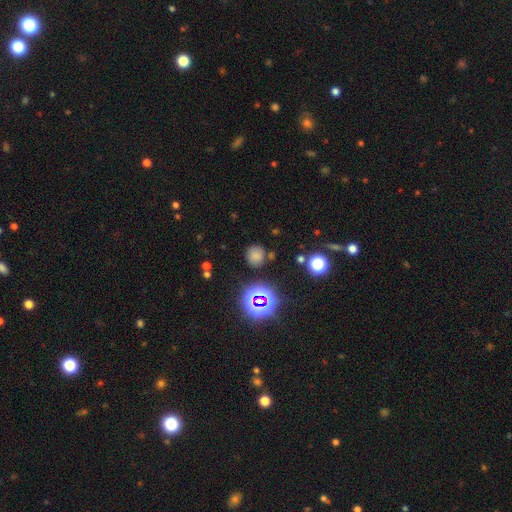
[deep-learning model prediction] Overall: smooth (69%). How rounded: round (87%). Merging: none (80%).